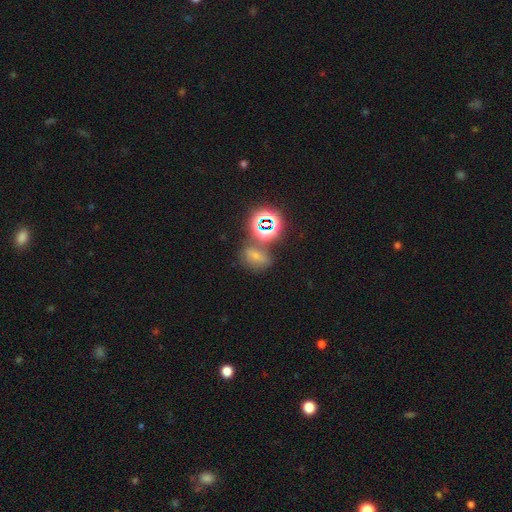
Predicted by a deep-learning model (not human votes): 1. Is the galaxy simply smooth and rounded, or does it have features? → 44% smooth, 38% star or artifact, 18% featured or disk.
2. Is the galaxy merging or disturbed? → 52% none, 22% merger, 17% minor disturbance, 9% major disturbance.